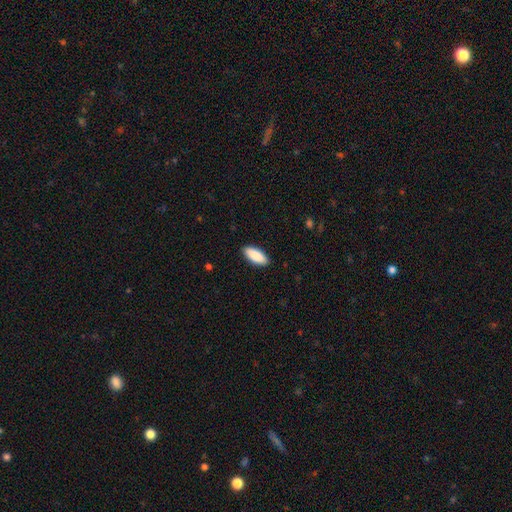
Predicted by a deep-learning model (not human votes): A smooth galaxy with no disk features (88%) that is in between round and cigar-shaped (81%).

Vote fractions:
- Smooth or featured? smooth: 88% / featured or disk: 6% / star or artifact: 5%
- How rounded? in between: 81% / cigar-shaped: 18% / round: 2%
- Merging? none: 90% / minor disturbance: 8% / major disturbance: 2% / merger: 1%